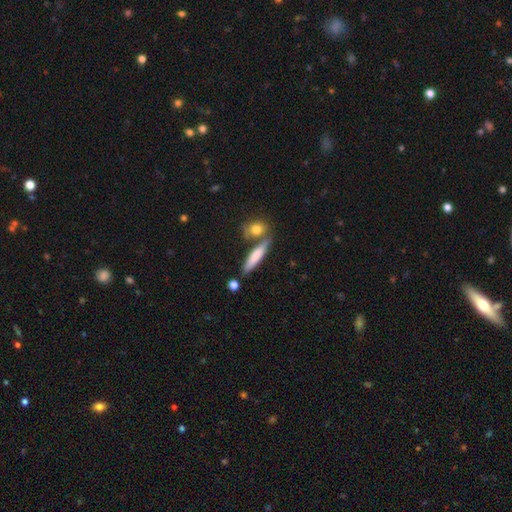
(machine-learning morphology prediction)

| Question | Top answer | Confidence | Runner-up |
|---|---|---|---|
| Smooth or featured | smooth | 73% | featured or disk (20%) |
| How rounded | cigar-shaped | 77% | in between (20%) |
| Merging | none | 67% | merger (17%) |